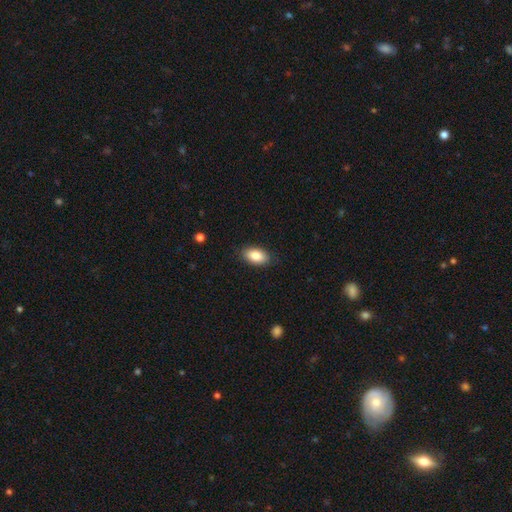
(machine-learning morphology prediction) This is clearly a smooth galaxy (85%). How rounded: clearly in between (93%). Merging: clearly none (87%).